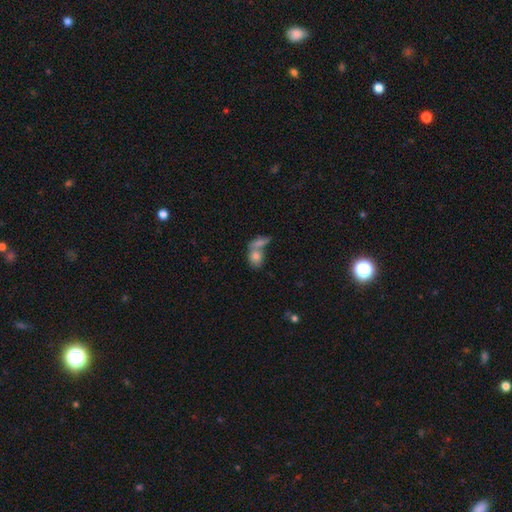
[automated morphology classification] This appears to be a smooth galaxy with no disk features (79%) that is in between round and cigar-shaped (66%). Merging: merger (55%).